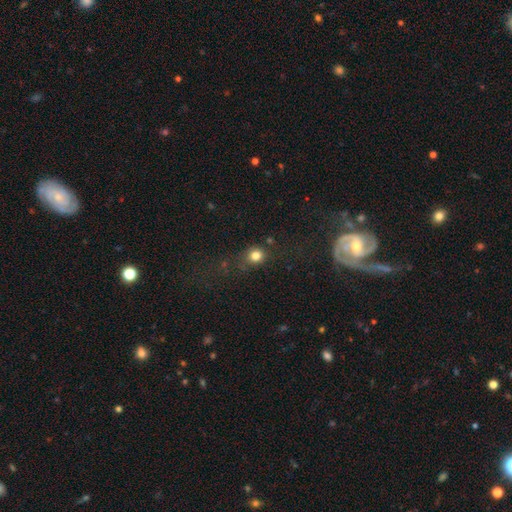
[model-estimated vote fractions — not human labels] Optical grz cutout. It shows a smooth galaxy with no disk features (79%) that is round (79%). Merging: none (67%).